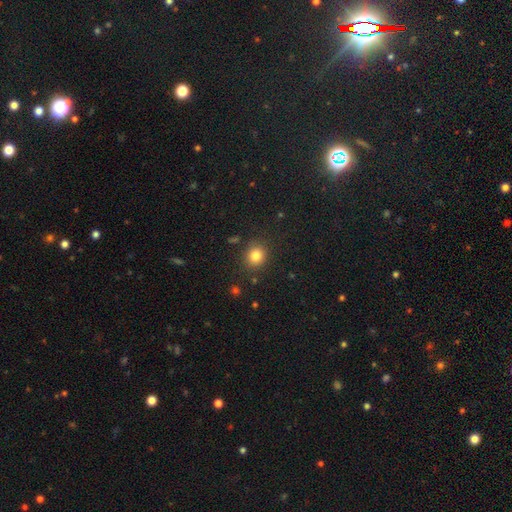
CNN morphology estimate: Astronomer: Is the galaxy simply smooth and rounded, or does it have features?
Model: smooth — 82%.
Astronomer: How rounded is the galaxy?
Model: round — 79%.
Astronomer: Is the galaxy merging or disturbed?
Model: none — 86%.